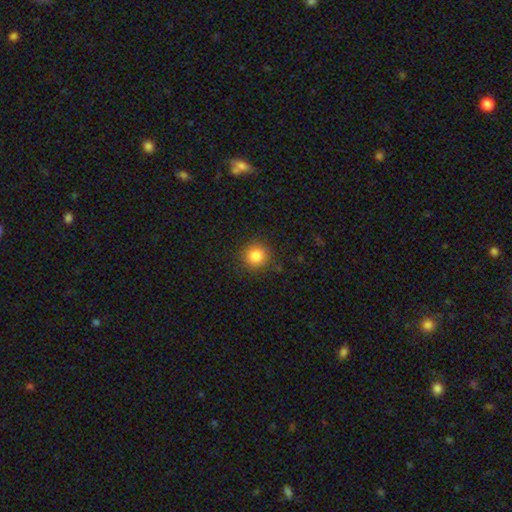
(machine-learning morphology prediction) Smooth or featured? smooth (84%)
How rounded? round (92%)
Merging? none (87%)